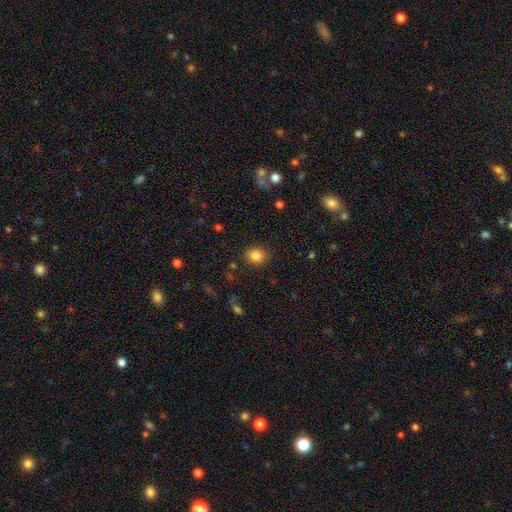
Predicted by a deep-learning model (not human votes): Smooth or featured?
  - smooth: 84% *
  - star or artifact: 11%
  - featured or disk: 5%
How rounded?
  - round: 72% *
  - in between: 27%
  - cigar-shaped: 1%
Merging?
  - none: 88% *
  - minor disturbance: 8%
  - major disturbance: 3%
  - merger: 1%